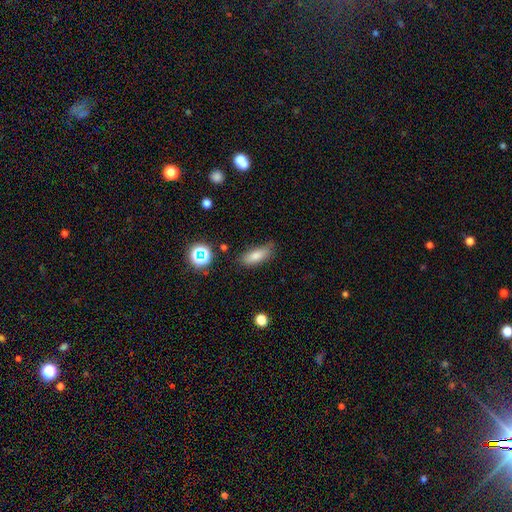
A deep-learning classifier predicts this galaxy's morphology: The model was most divided on "how rounded": in between: 70%, cigar-shaped: 26%, round: 4%. More confident: smooth or featured — smooth (79%); merging — none (74%).